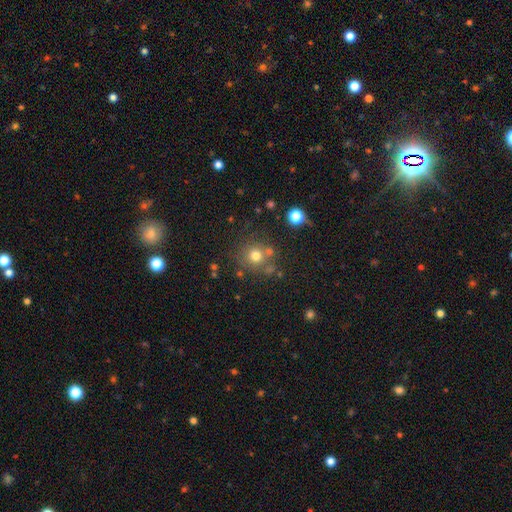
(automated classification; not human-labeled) A smooth galaxy with no disk features (72%) that is round (91%). Merging: none (72%).